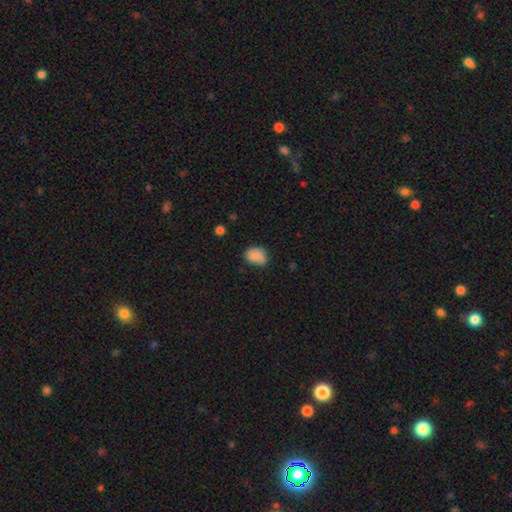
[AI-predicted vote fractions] Smooth or featured?
  - smooth: 85% *
  - star or artifact: 9%
  - featured or disk: 6%
How rounded?
  - in between: 60% *
  - round: 39%
  - cigar-shaped: 1%
Merging?
  - none: 64% *
  - minor disturbance: 28%
  - major disturbance: 5%
  - merger: 2%